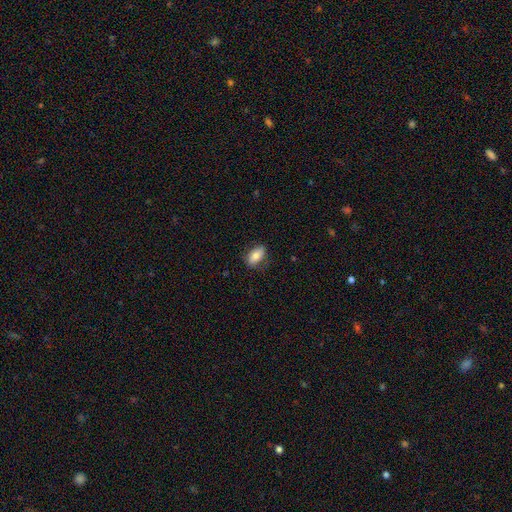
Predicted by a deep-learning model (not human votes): This appears to be a smooth galaxy with no disk features (76%) that is in between round and cigar-shaped (91%). Merging: none (74%).